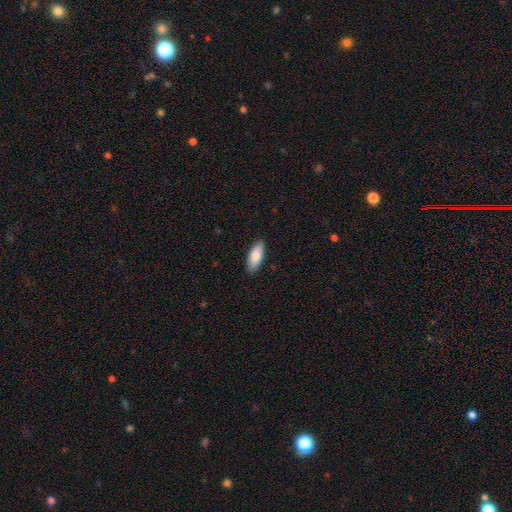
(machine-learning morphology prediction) Smooth or featured? smooth (86%)
How rounded? in between (81%)
Merging? none (88%)